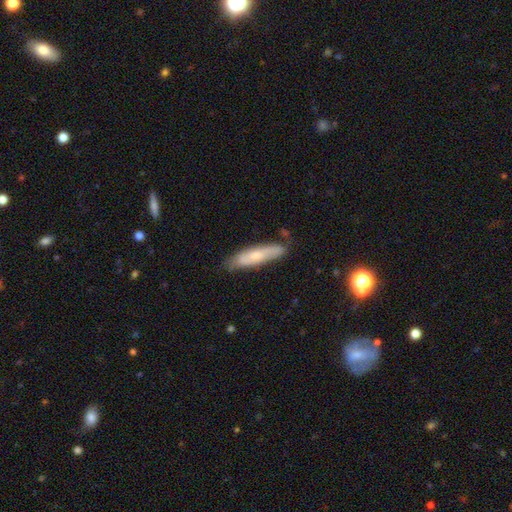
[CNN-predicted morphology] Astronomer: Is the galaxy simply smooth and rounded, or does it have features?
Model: smooth — 61%.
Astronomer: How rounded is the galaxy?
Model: cigar-shaped — 78%.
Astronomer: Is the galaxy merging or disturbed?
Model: none — 73%.